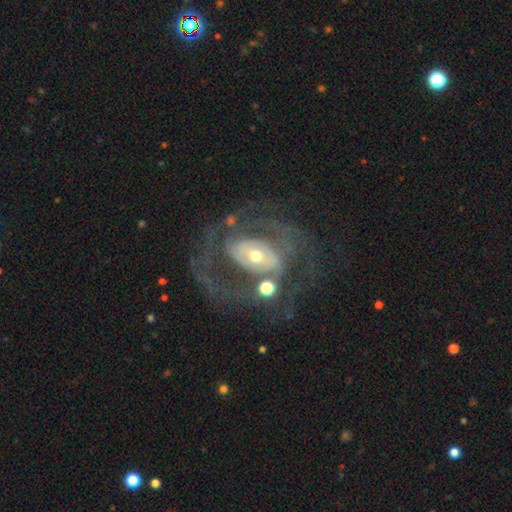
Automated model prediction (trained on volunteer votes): Morphology: type=featured or disk (81%); edge-on=no (96%); bar=no (53%); spiral arms=yes (73%); winding=medium (41%); arm count=2 (50%); bulge=moderate (54%); merging=none (51%).